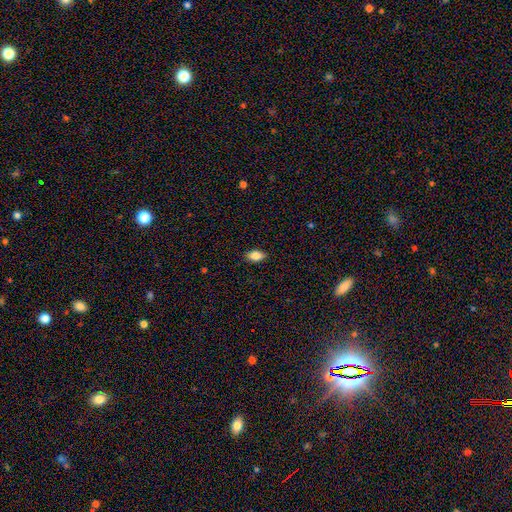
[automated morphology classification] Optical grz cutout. It shows a smooth galaxy with no disk features (86%) that is in between round and cigar-shaped (91%). Merging: none (88%).